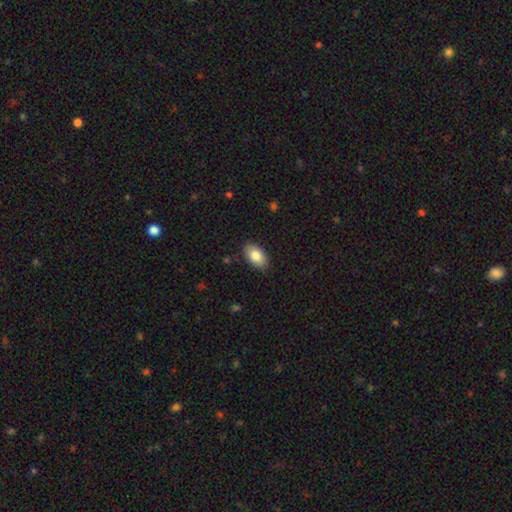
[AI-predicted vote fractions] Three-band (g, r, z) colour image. It shows a smooth galaxy with no disk features (83%) that is in between round and cigar-shaped (94%). Merging: none (87%).